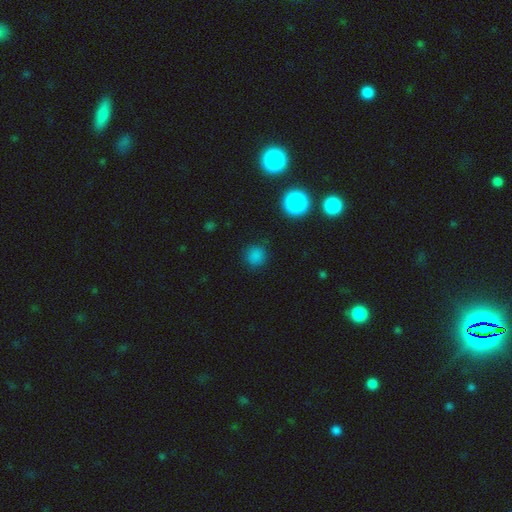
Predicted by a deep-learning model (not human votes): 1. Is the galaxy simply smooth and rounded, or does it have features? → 79% smooth, 18% star or artifact, 4% featured or disk.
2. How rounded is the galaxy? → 92% round, 7% in between, 1% cigar-shaped.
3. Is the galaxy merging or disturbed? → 87% none, 8% minor disturbance, 3% major disturbance, 1% merger.